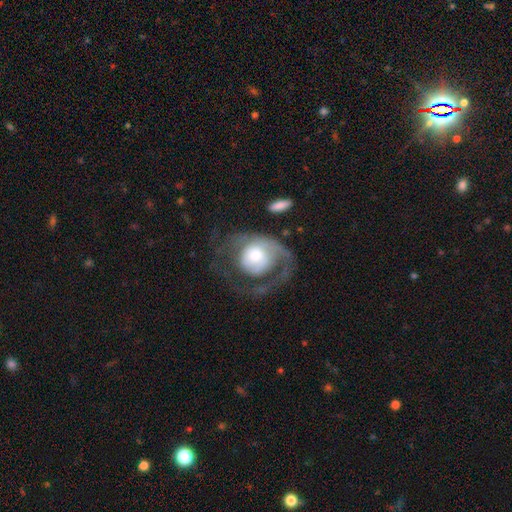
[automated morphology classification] Q: Smooth or featured?
A: featured or disk (68%); runner-up: smooth (27%)
Q: Edge-on disk?
A: no (97%); runner-up: yes (3%)
Q: Bar?
A: no (77%); runner-up: weak (19%)
Q: Spiral arms?
A: yes (82%); runner-up: no (18%)
Q: Spiral winding?
A: medium (37%); runner-up: loose (36%)
Q: Spiral arm count?
A: 1 (68%); runner-up: 2 (17%)
Q: Bulge size?
A: moderate (40%); runner-up: large (37%)
Q: Merging?
A: major disturbance (51%); runner-up: none (32%)